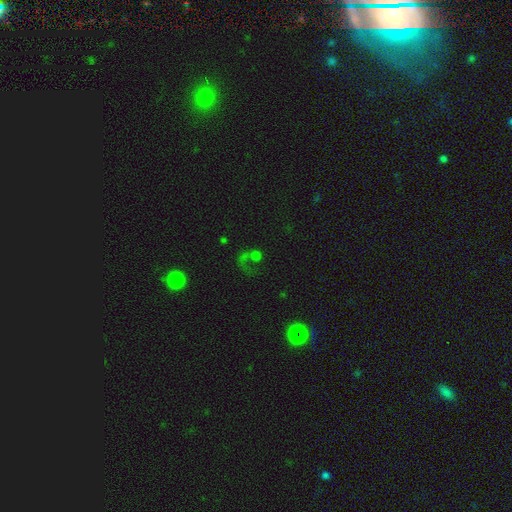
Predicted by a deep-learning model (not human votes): smooth-or-featured: smooth: 45% | star or artifact: 29% | featured or disk: 26%
  merging: major disturbance: 36% | none: 30% | merger: 23% | minor disturbance: 11%